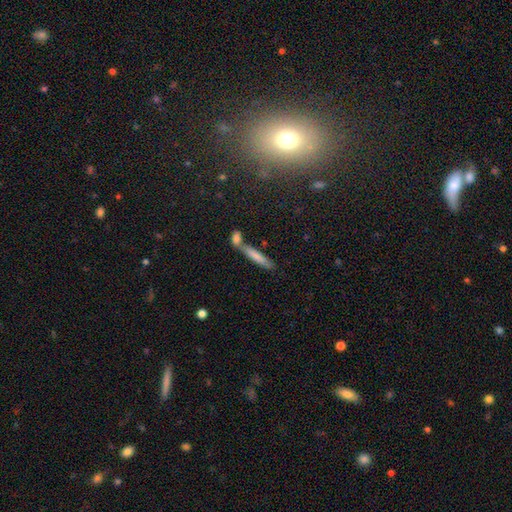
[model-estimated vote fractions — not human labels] smooth_or_featured: smooth (p=0.69) [alt: featured or disk p=0.22]
how_rounded: cigar-shaped (p=0.89) [alt: in between p=0.09]
merging: none (p=0.57) [alt: merger p=0.28]